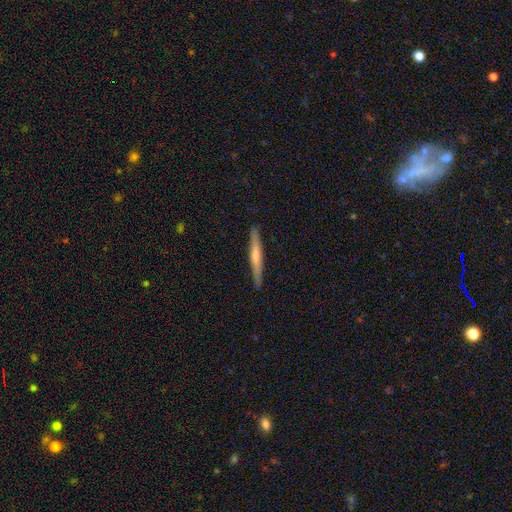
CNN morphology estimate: The model was most divided on "smooth or featured": featured or disk: 49%, smooth: 45%, star or artifact: 6%. More confident: merging — none (90%).